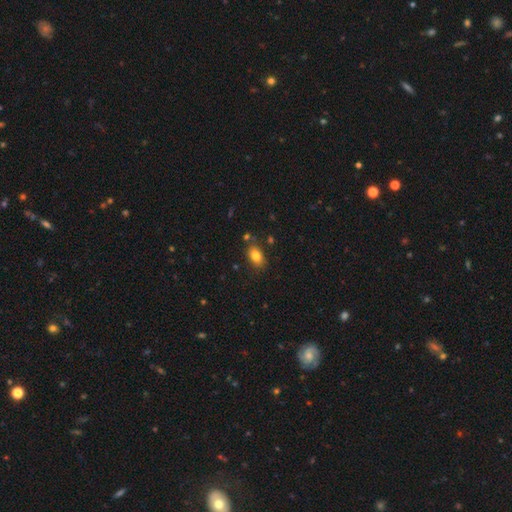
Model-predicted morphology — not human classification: A smooth galaxy with no disk features (81%) that is in between round and cigar-shaped (85%). Merging: none (79%).